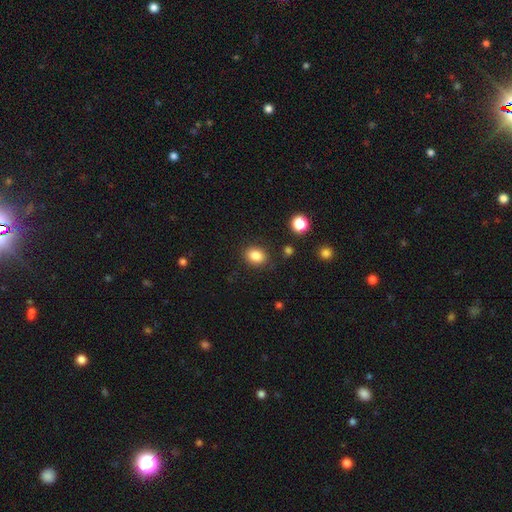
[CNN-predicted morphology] Smooth or featured? Predicted: smooth (p=0.85). How rounded? Predicted: in between (p=0.57). Merging? Predicted: none (p=0.85).